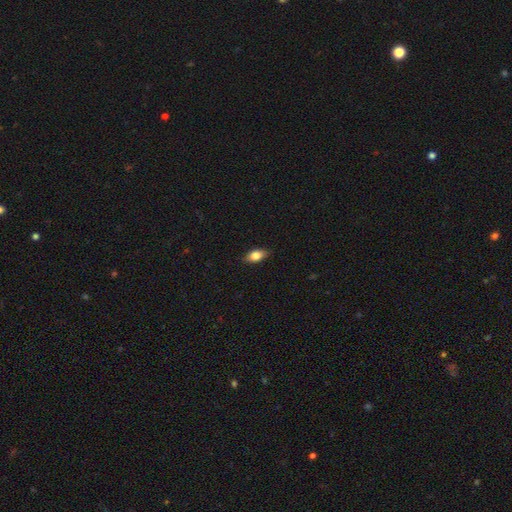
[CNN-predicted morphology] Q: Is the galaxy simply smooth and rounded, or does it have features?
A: smooth — 78%.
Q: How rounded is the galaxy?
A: in between — 86%.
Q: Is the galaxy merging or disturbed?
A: none — 86%.